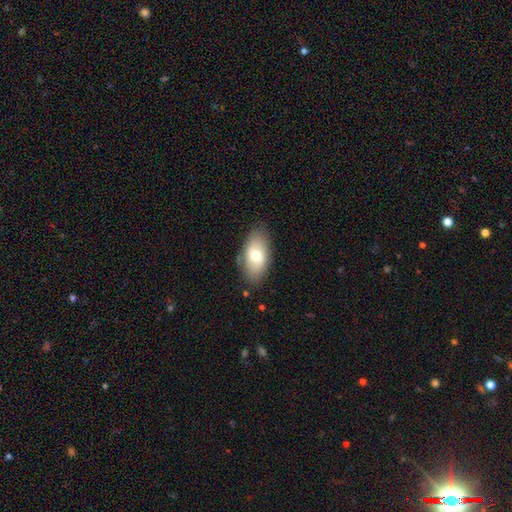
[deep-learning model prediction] Q: Smooth or featured?
A: smooth (68%); runner-up: featured or disk (26%)
Q: How rounded?
A: in between (93%); runner-up: round (4%)
Q: Merging?
A: none (82%); runner-up: minor disturbance (14%)